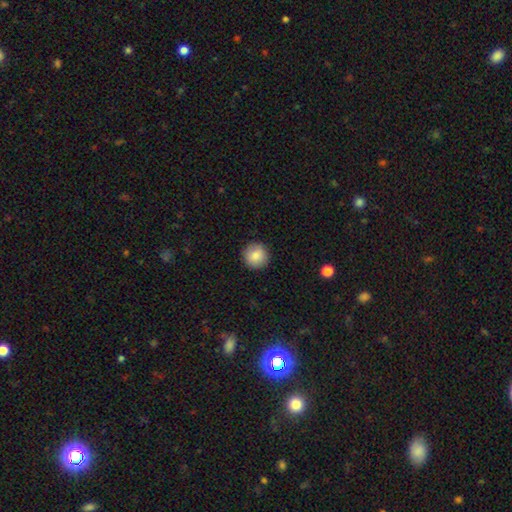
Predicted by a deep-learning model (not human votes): A smooth galaxy with no disk features (84%) that is round (95%).

Vote fractions:
- Smooth or featured? smooth: 84% / star or artifact: 8% / featured or disk: 8%
- How rounded? round: 95% / in between: 4% / cigar-shaped: 1%
- Merging? none: 92% / minor disturbance: 6% / major disturbance: 2% / merger: 1%